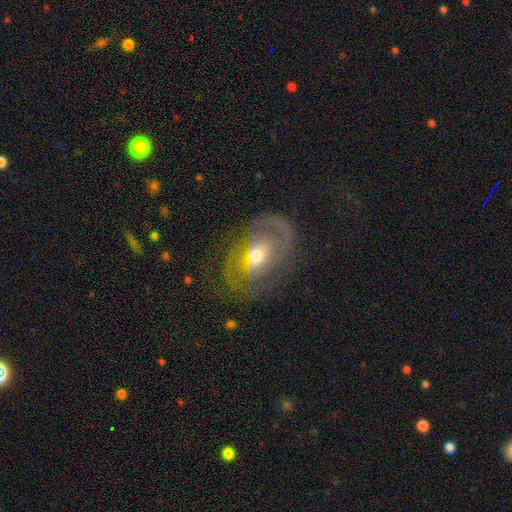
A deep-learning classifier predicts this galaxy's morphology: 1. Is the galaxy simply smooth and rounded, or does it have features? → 75% featured or disk, 18% smooth, 7% star or artifact.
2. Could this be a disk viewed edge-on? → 95% no, 5% yes.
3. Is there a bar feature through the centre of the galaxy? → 51% no, 35% weak, 14% strong.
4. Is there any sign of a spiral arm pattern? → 79% yes, 21% no.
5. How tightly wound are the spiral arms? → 41% medium, 39% tight, 20% loose.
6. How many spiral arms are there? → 53% 2, 20% can't tell, 18% 1, 5% 3, 2% 4, 2% more than 4.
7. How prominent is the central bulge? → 64% moderate, 27% small, 7% large, 1% dominant, 1% none.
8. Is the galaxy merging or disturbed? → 60% none, 19% minor disturbance, 18% major disturbance, 2% merger.